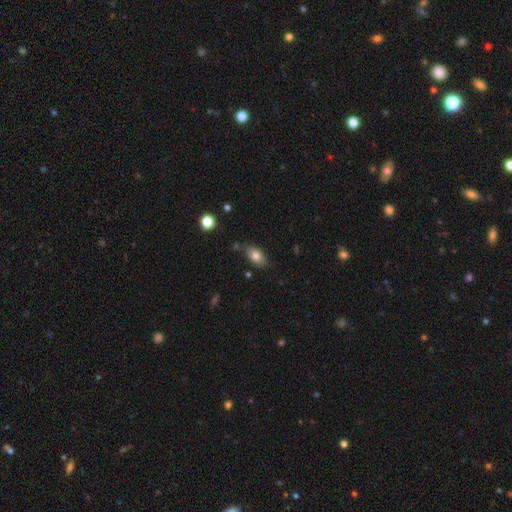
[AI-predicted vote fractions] Overall: smooth (80%). How rounded: in between (89%). Merging: none (80%).